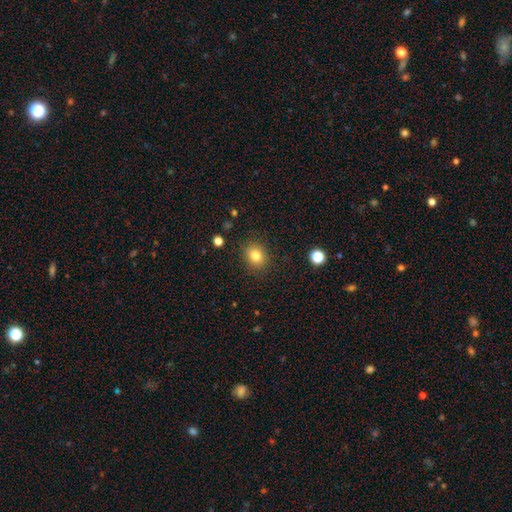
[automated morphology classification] type=smooth (81%); roundness=round (65%); merging=none (87%).